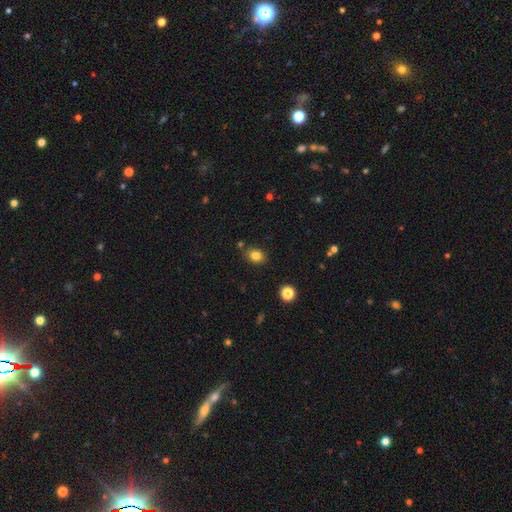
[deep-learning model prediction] Smooth or featured?
  - smooth: 82% *
  - star or artifact: 12%
  - featured or disk: 7%
How rounded?
  - in between: 51% *
  - round: 48%
  - cigar-shaped: 1%
Merging?
  - none: 80% *
  - minor disturbance: 12%
  - merger: 5%
  - major disturbance: 3%